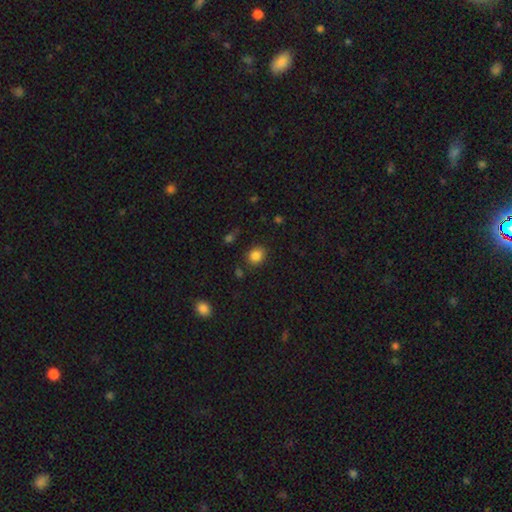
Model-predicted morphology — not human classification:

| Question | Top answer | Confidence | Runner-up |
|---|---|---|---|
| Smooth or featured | smooth | 85% | star or artifact (10%) |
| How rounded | round | 58% | in between (41%) |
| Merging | none | 83% | minor disturbance (11%) |